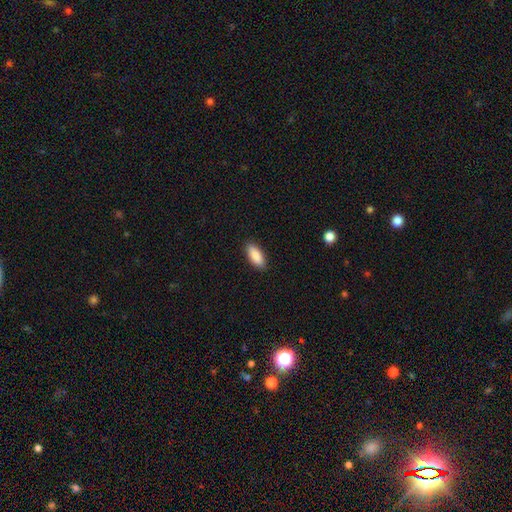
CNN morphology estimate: Q: Smooth or featured?
A: smooth (89%); runner-up: star or artifact (6%)
Q: How rounded?
A: in between (80%); runner-up: cigar-shaped (18%)
Q: Merging?
A: none (89%); runner-up: minor disturbance (8%)